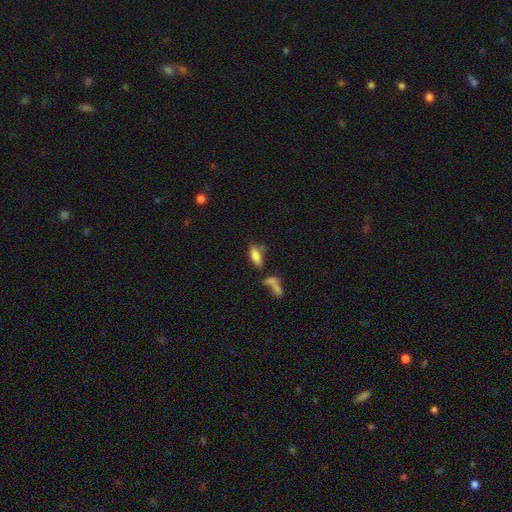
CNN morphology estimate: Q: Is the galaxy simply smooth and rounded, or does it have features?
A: smooth — 80%.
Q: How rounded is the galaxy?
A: in between — 76%.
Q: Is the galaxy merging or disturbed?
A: none — 59%.